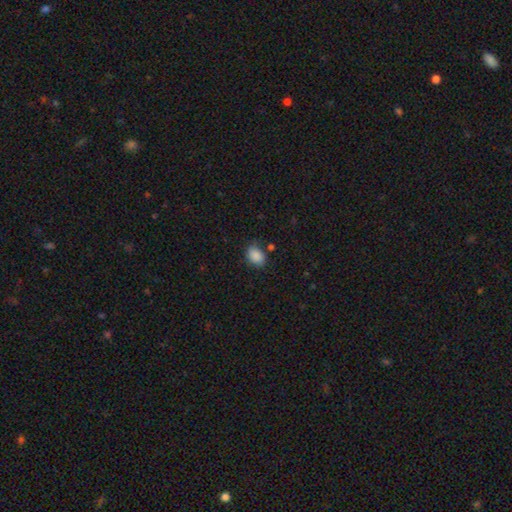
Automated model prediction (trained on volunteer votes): A smooth galaxy with no disk features (88%) that is in between round and cigar-shaped (68%).

Vote fractions:
- Smooth or featured? smooth: 88% / star or artifact: 9% / featured or disk: 4%
- How rounded? in between: 68% / round: 31% / cigar-shaped: 1%
- Merging? none: 72% / minor disturbance: 20% / major disturbance: 5% / merger: 4%